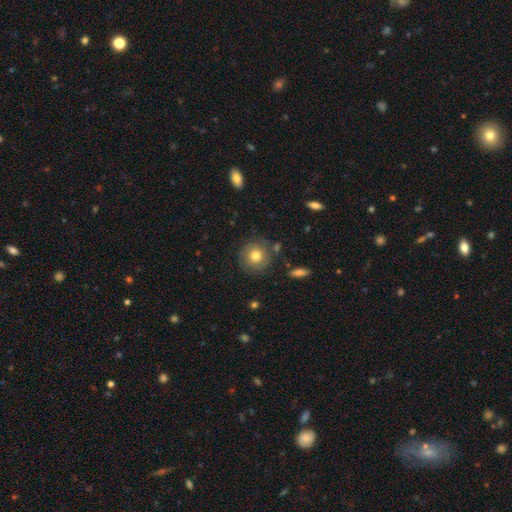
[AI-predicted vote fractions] Smooth or featured? smooth (65%)
How rounded? round (93%)
Merging? none (81%)